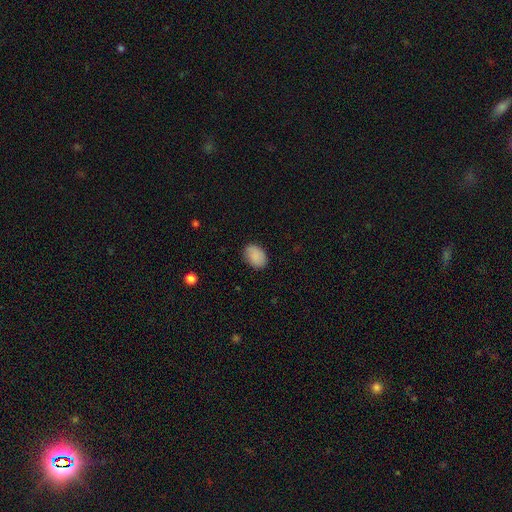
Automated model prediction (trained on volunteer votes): Smooth or featured? smooth (89%)
How rounded? in between (83%)
Merging? none (86%)